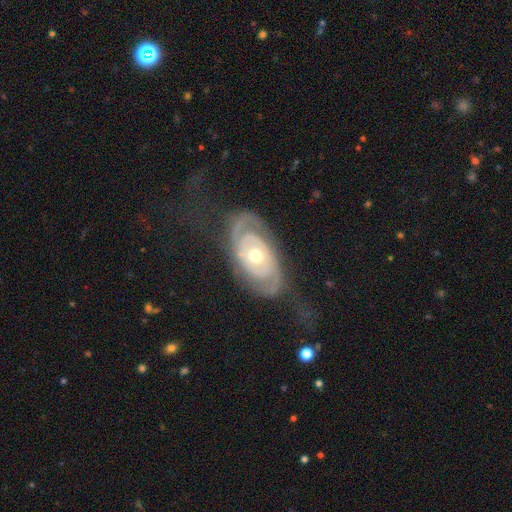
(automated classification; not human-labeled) featured or disk 86%, smooth 9%, star or artifact 5%. Down the decision tree: edge-on disk — no (94%); bar — no (80%); spiral arms — yes (90%); spiral arm count — 2 (71%); spiral winding — tight (67%); bulge size — moderate (65%); merging — none (68%).